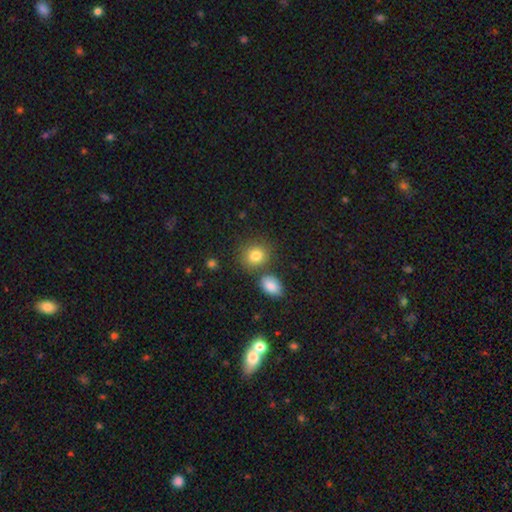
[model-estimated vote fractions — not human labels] Morphology: type=smooth (83%); roundness=round (69%); merging=none (71%).